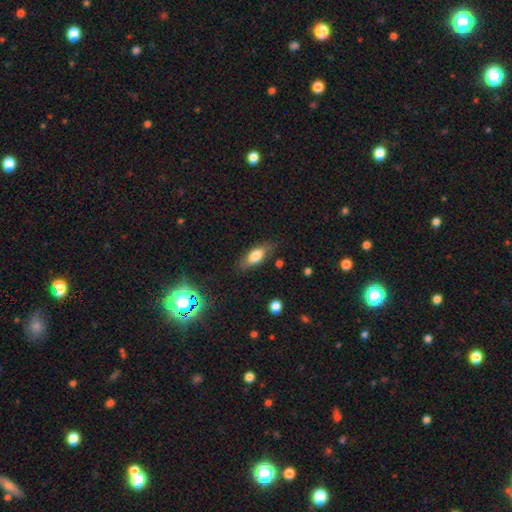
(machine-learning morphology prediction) smooth_or_featured: smooth (p=0.72) [alt: featured or disk p=0.20]
how_rounded: in between (p=0.77) [alt: cigar-shaped p=0.19]
merging: none (p=0.78) [alt: minor disturbance p=0.16]